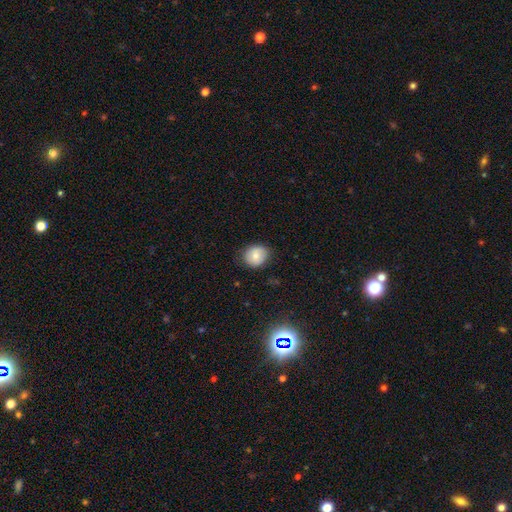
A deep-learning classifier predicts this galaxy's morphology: type=smooth (76%); roundness=round (69%); merging=none (81%).